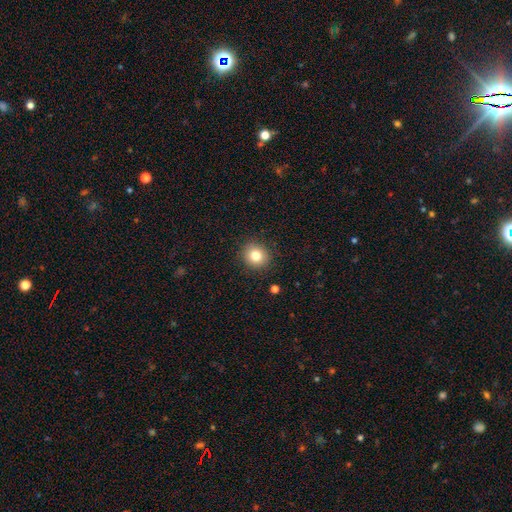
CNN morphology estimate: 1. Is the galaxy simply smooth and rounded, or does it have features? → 81% smooth, 11% star or artifact, 8% featured or disk.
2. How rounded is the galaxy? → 84% round, 15% in between, 1% cigar-shaped.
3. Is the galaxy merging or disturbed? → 90% none, 7% minor disturbance, 2% major disturbance, 1% merger.